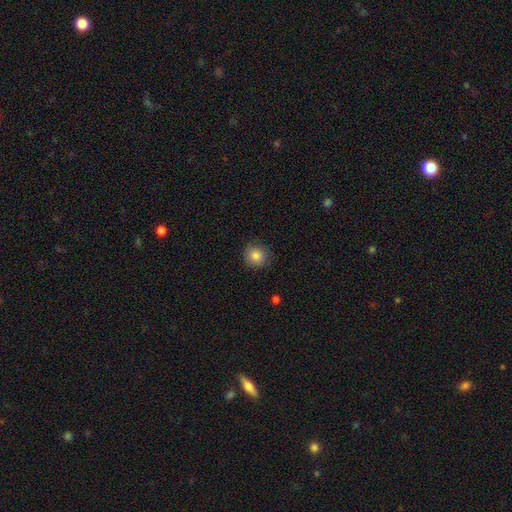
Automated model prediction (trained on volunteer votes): smooth 85%, star or artifact 9%, featured or disk 5%. Down the decision tree: how rounded — round (91%); merging — none (84%).